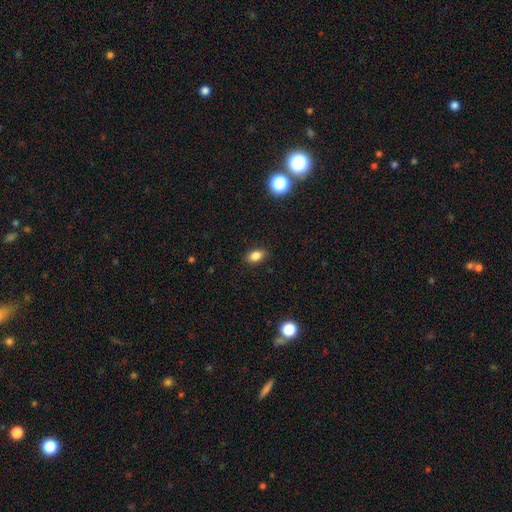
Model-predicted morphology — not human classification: smooth-or-featured: smooth: 84% | star or artifact: 10% | featured or disk: 6%
  how-rounded: in between: 85% | round: 13% | cigar-shaped: 2%
  merging: none: 88% | minor disturbance: 9% | major disturbance: 2% | merger: 1%